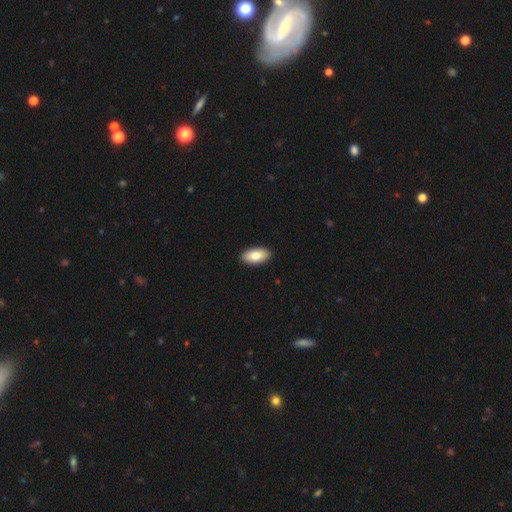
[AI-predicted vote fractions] A smooth galaxy with no disk features (83%) that is in between round and cigar-shaped (94%).

Vote fractions:
- Smooth or featured? smooth: 83% / featured or disk: 11% / star or artifact: 6%
- How rounded? in between: 94% / cigar-shaped: 4% / round: 2%
- Merging? none: 91% / minor disturbance: 6% / major disturbance: 1% / merger: 1%